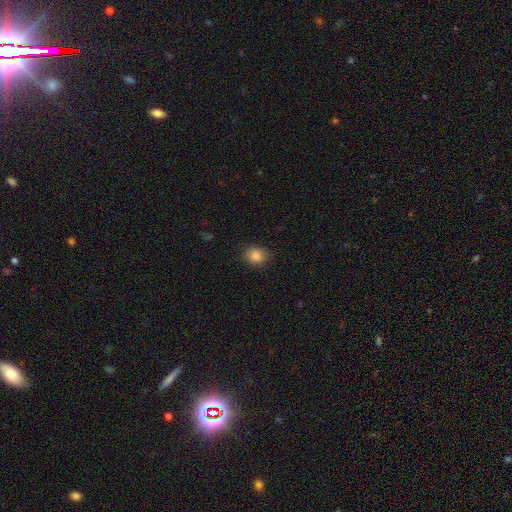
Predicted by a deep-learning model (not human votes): This is clearly a smooth galaxy (86%). How rounded: possibly round (58%). Merging: clearly none (86%).